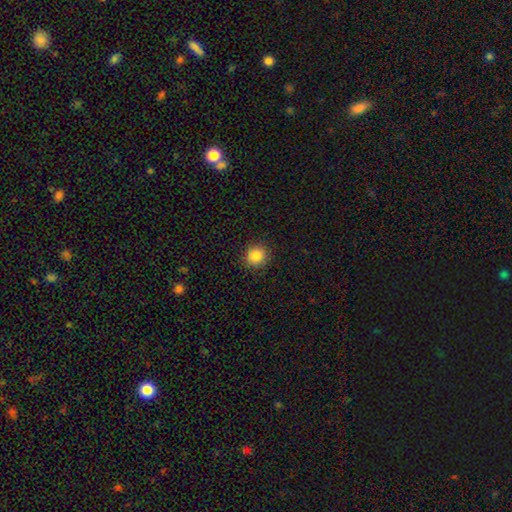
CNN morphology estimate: A smooth galaxy with no disk features (84%) that is round (89%). Merging: none (90%).